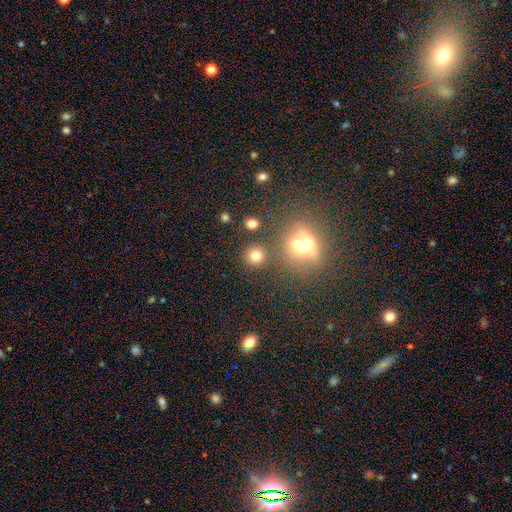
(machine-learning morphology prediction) A smooth galaxy with no disk features (73%) that is round (91%). Merging: none (76%).